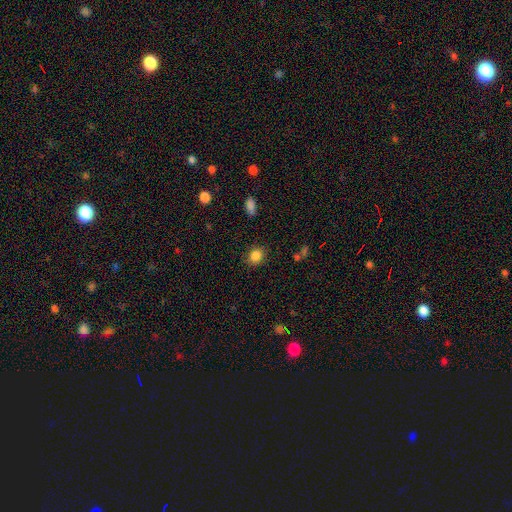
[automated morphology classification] smooth 85%, star or artifact 10%, featured or disk 5%. Down the decision tree: how rounded — round (63%); merging — none (85%).